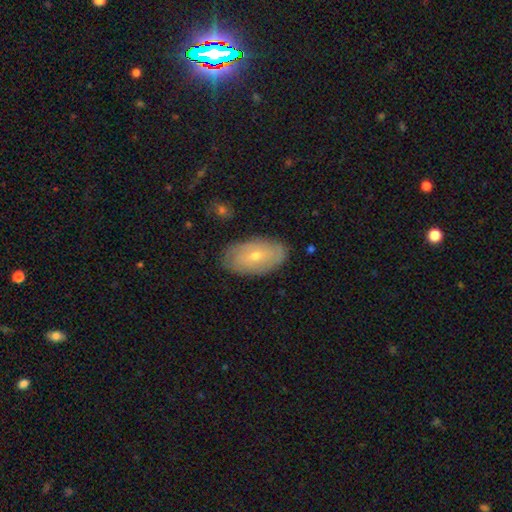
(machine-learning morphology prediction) featured or disk 50%, smooth 43%, star or artifact 7%. Down the decision tree: edge-on disk — no (90%); merging — none (81%).